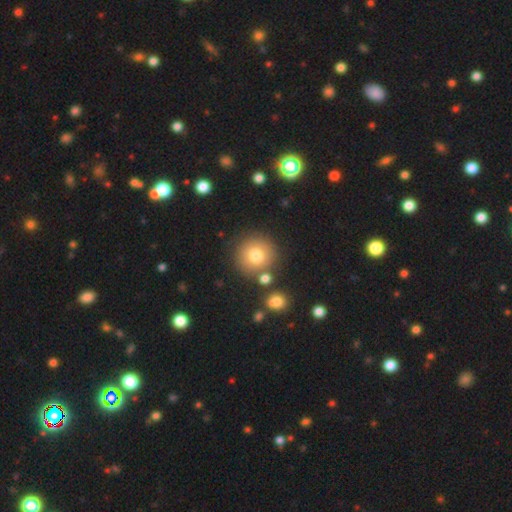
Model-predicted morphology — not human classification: Q: Smooth or featured?
A: smooth (77%); runner-up: star or artifact (12%)
Q: How rounded?
A: round (93%); runner-up: in between (6%)
Q: Merging?
A: none (79%); runner-up: merger (9%)